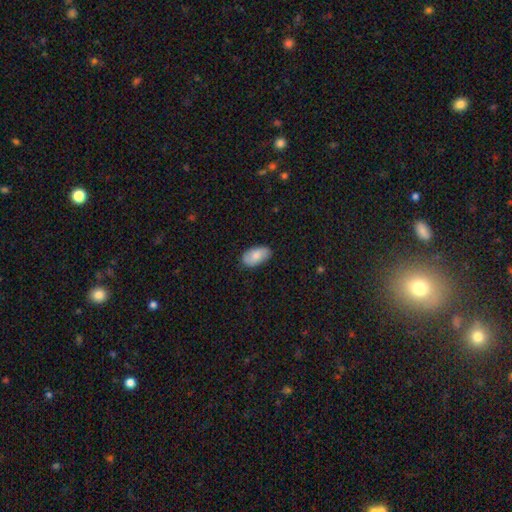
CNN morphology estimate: Smooth or featured? Predicted: smooth (p=0.82). How rounded? Predicted: in between (p=0.95). Merging? Predicted: none (p=0.85).